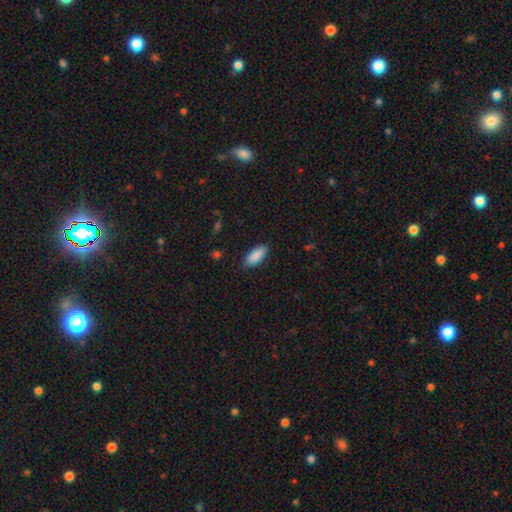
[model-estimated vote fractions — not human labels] Smooth or featured? smooth (89%)
How rounded? in between (82%)
Merging? none (85%)